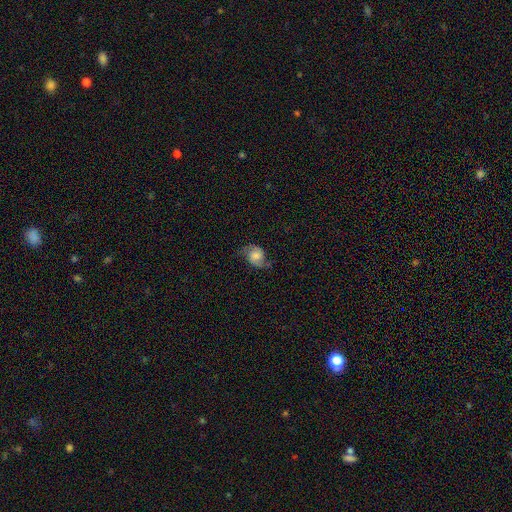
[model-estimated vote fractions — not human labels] Smooth or featured: featured or disk — 54% (smooth — 36%)
Edge-on disk: no — 97% (yes — 3%)
Bar: no — 68% (weak — 27%)
Spiral arms: yes — 90% (no — 10%)
Bulge size: moderate — 30% (small — 25%)
Merging: none — 62% (minor disturbance — 25%)